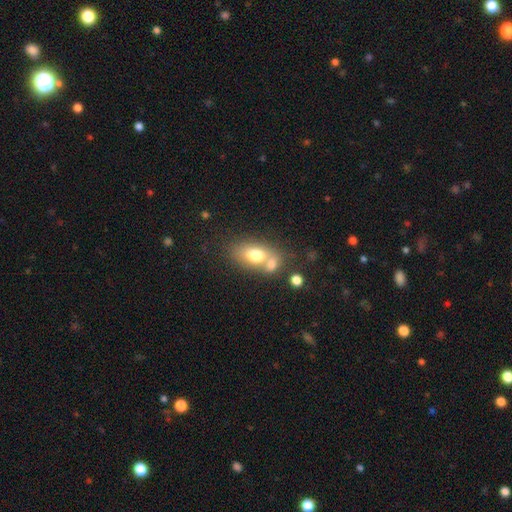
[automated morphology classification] Smooth or featured? smooth (71%)
How rounded? in between (82%)
Merging? merger (46%)